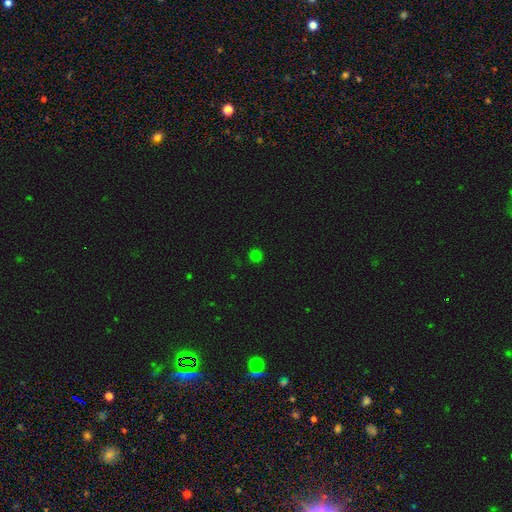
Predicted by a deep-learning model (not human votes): Overall: smooth (79%). How rounded: round (93%). Merging: none (91%).